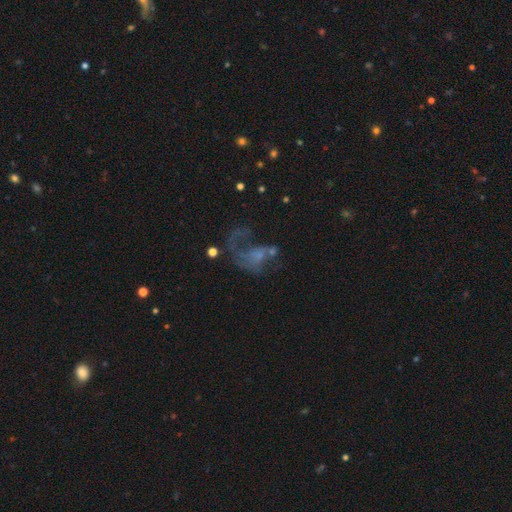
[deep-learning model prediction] Smooth or featured: featured or disk — 61% (smooth — 22%)
Edge-on disk: no — 98% (yes — 2%)
Bar: no — 78% (weak — 18%)
Spiral arms: yes — 52% (no — 48%)
Bulge size: none — 51% (small — 35%)
Merging: major disturbance — 48% (none — 24%)